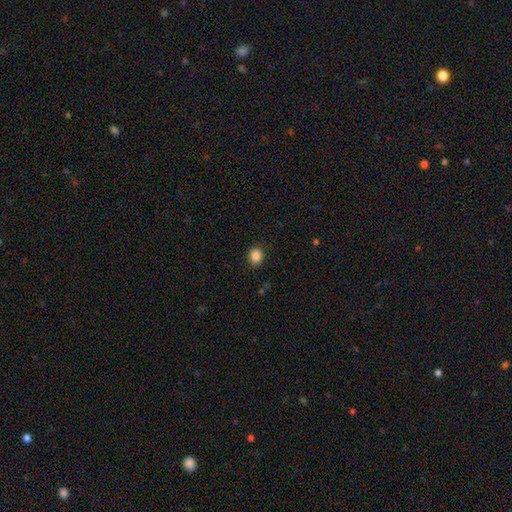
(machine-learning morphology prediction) Smooth or featured? smooth (87%)
How rounded? round (57%)
Merging? none (89%)